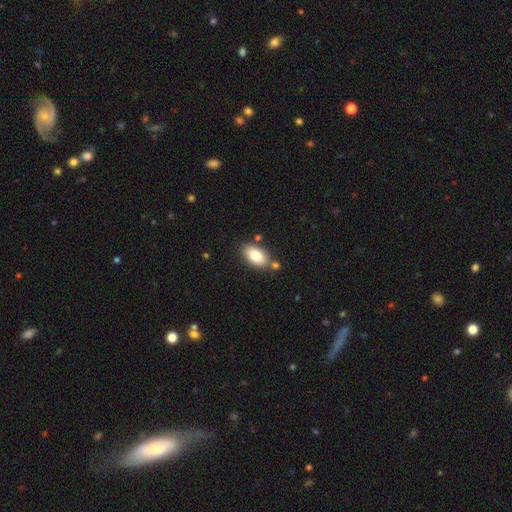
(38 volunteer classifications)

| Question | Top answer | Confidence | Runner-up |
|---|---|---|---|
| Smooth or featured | smooth | 89% | featured or disk (8%) |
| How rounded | in between | 88% | round (9%) |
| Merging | none | 86% | minor disturbance (11%) |